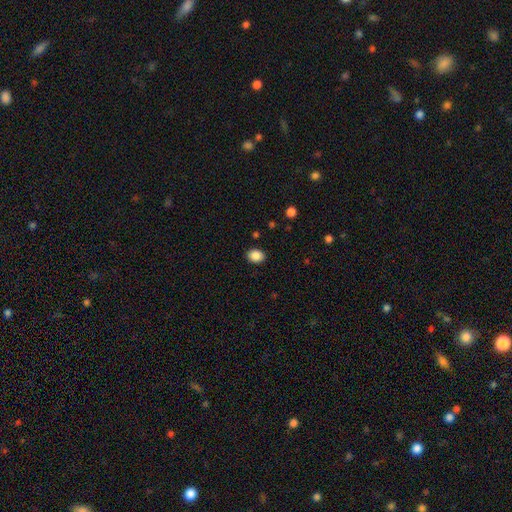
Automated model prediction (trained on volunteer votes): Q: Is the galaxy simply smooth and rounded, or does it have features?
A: smooth — 87%.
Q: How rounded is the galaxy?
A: in between — 57%.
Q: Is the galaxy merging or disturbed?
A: none — 89%.